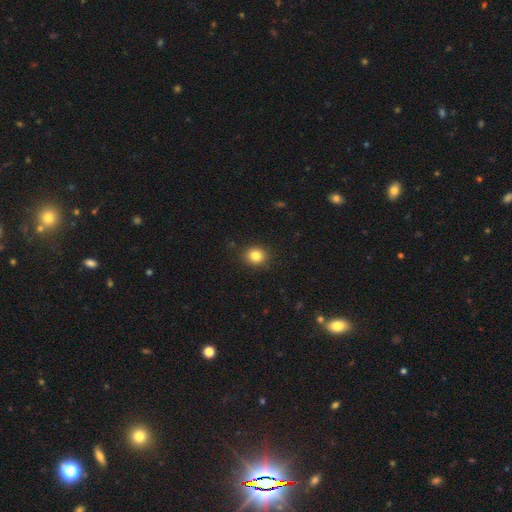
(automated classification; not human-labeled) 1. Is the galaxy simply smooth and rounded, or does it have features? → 83% smooth, 11% star or artifact, 6% featured or disk.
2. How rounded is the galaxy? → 84% round, 16% in between, 1% cigar-shaped.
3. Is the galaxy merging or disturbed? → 90% none, 7% minor disturbance, 2% major disturbance, 1% merger.